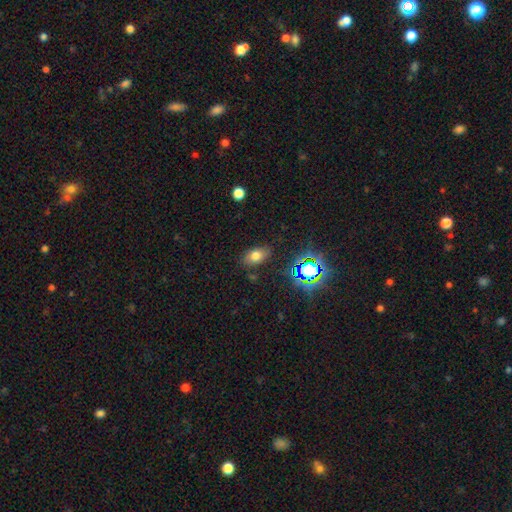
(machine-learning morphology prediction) Smooth or featured?
  - smooth: 69% *
  - star or artifact: 19%
  - featured or disk: 12%
How rounded?
  - in between: 86% *
  - round: 11%
  - cigar-shaped: 3%
Merging?
  - none: 82% *
  - minor disturbance: 13%
  - major disturbance: 3%
  - merger: 2%